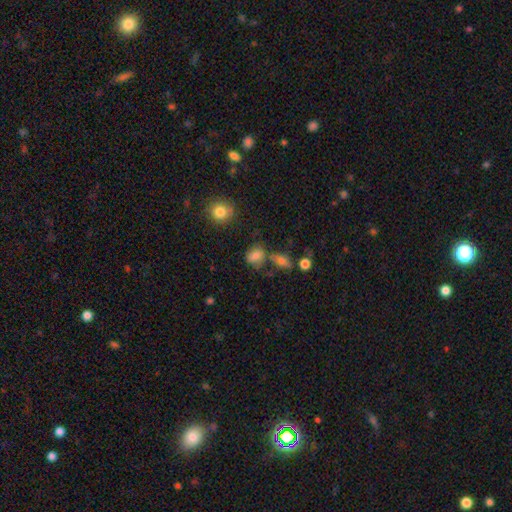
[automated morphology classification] A smooth galaxy with no disk features (78%) that is in between round and cigar-shaped (58%).

Vote fractions:
- Smooth or featured? smooth: 78% / star or artifact: 12% / featured or disk: 10%
- How rounded? in between: 58% / round: 40% / cigar-shaped: 2%
- Merging? none: 57% / minor disturbance: 19% / merger: 17% / major disturbance: 7%